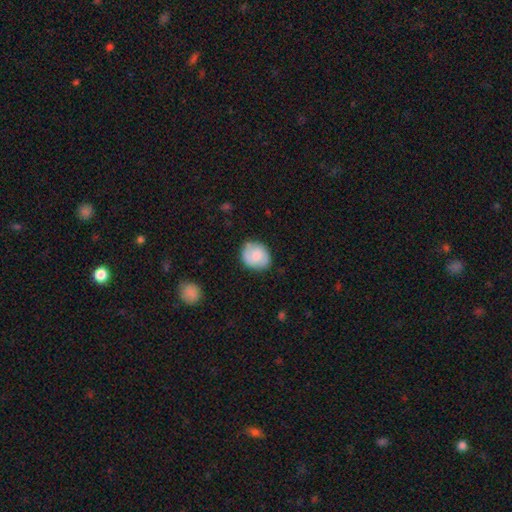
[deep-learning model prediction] Morphology: type=smooth (62%); roundness=round (68%); merging=none (78%).